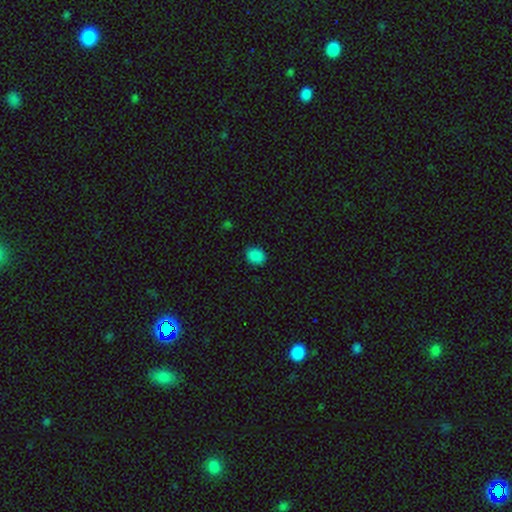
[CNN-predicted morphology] type=smooth (86%); roundness=in between (54%); merging=none (85%).